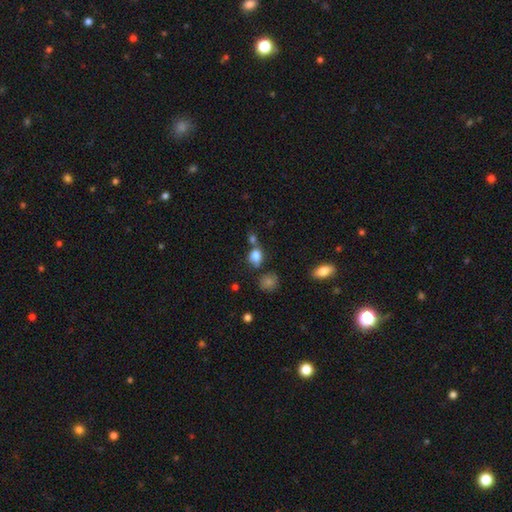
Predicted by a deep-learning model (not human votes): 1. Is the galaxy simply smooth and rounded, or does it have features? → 81% smooth, 12% star or artifact, 7% featured or disk.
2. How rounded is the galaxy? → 52% in between, 46% round, 2% cigar-shaped.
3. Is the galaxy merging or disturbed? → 53% none, 25% merger, 16% minor disturbance, 6% major disturbance.